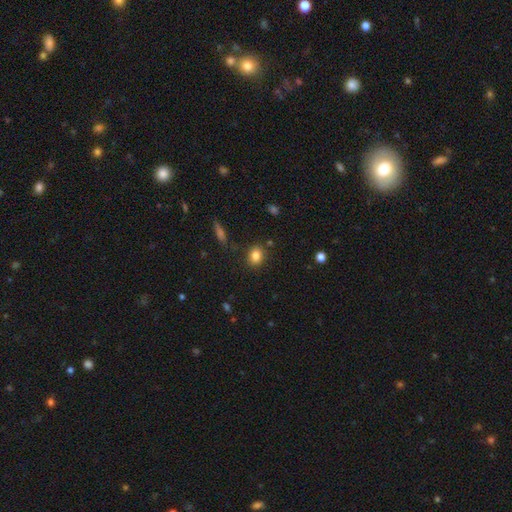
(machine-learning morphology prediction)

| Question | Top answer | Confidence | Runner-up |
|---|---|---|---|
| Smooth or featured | smooth | 83% | star or artifact (11%) |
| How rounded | round | 51% | in between (47%) |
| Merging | none | 84% | minor disturbance (10%) |